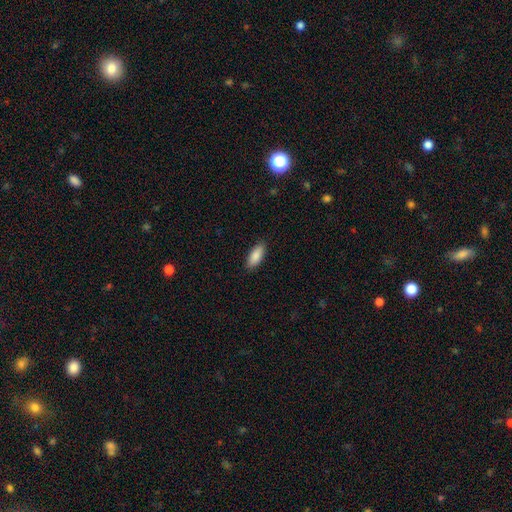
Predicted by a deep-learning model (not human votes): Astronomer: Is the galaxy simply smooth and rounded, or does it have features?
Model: smooth — 89%.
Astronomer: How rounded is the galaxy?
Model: in between — 79%.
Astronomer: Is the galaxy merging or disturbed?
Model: none — 89%.